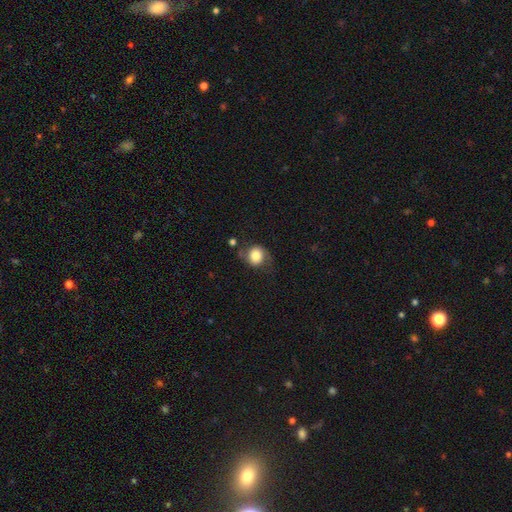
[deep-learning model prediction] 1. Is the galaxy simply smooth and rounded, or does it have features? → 67% smooth, 24% featured or disk, 8% star or artifact.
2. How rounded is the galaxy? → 72% round, 27% in between, 1% cigar-shaped.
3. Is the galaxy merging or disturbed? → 57% none, 25% minor disturbance, 13% major disturbance, 4% merger.